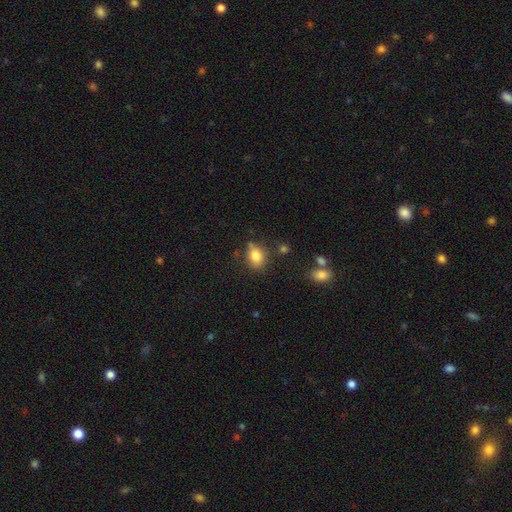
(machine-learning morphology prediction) smooth_or_featured: smooth (p=0.82) [alt: star or artifact p=0.10]
how_rounded: in between (p=0.61) [alt: round p=0.37]
merging: none (p=0.66) [alt: minor disturbance p=0.23]